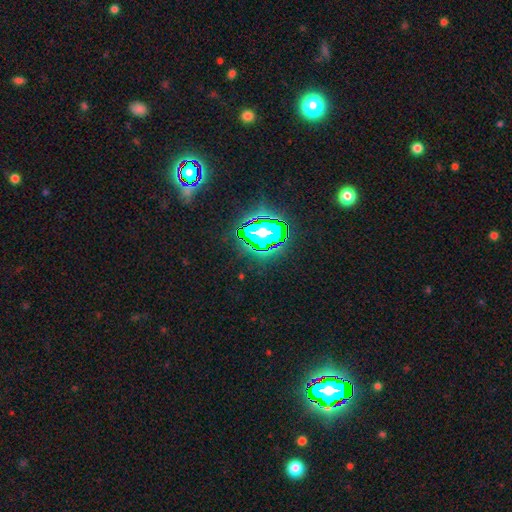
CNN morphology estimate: A star or artifact, not a galaxy (81%).